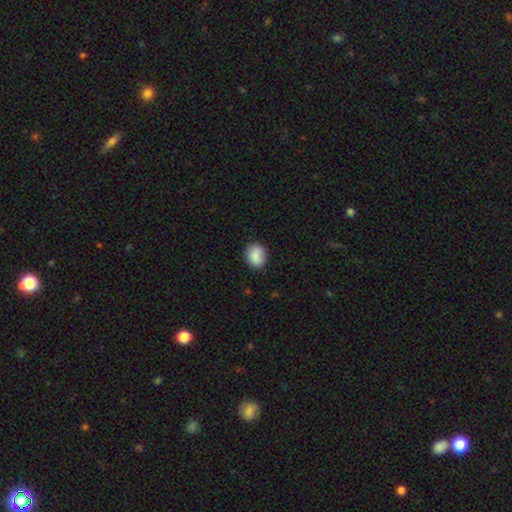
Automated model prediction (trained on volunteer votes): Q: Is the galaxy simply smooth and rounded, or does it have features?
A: smooth — 87%.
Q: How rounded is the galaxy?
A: round — 62%.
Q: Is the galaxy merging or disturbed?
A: none — 85%.